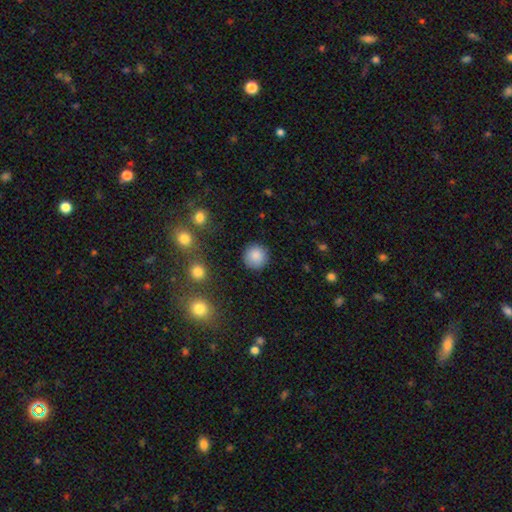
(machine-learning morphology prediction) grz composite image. It shows a smooth galaxy with no disk features (87%) that is round (94%). Merging: none (89%).